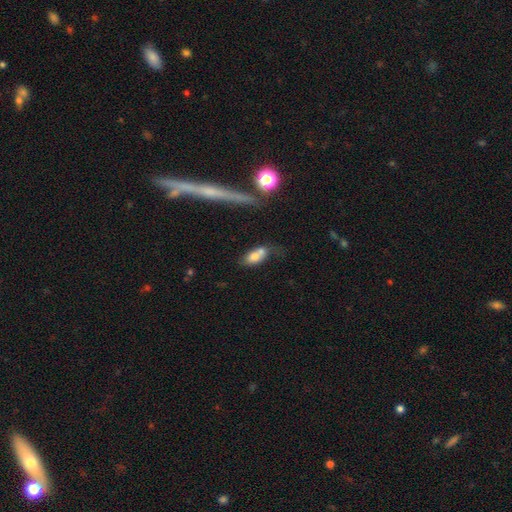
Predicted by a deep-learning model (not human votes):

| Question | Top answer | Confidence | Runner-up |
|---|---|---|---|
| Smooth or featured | smooth | 69% | featured or disk (21%) |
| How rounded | in between | 80% | round (12%) |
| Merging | merger | 44% | none (32%) |